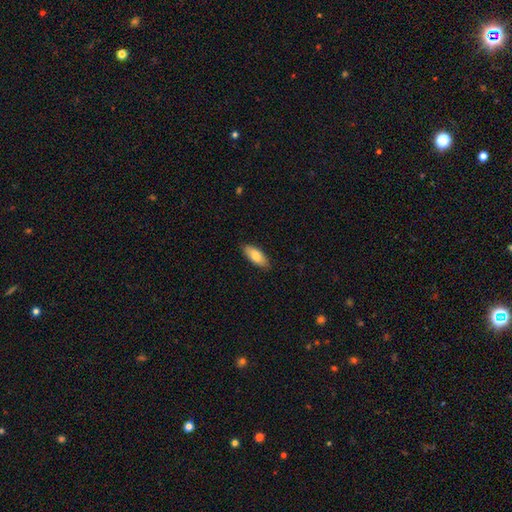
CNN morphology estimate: Smooth or featured? Predicted: smooth (p=0.80). How rounded? Predicted: in between (p=0.81). Merging? Predicted: none (p=0.86).